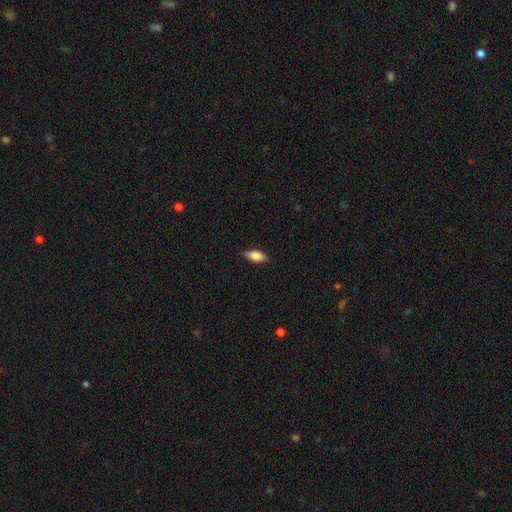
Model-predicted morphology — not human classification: The model was most divided on "smooth or featured": smooth: 80%, featured or disk: 13%, star or artifact: 7%. More confident: merging — none (87%); how rounded — in between (82%).